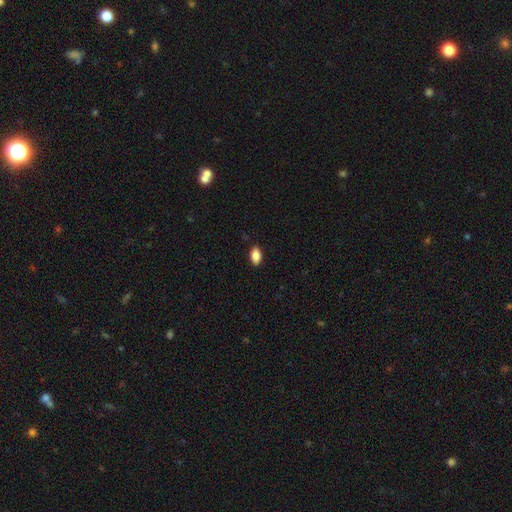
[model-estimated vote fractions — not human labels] This appears to be a smooth galaxy with no disk features (86%) that is in between round and cigar-shaped (91%). Merging: none (89%).